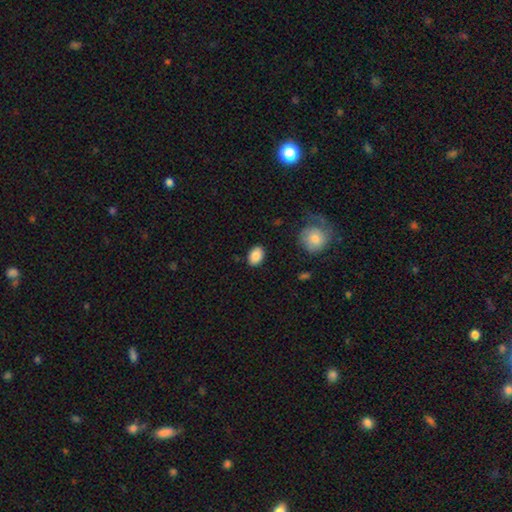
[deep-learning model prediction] Smooth or featured? Predicted: smooth (p=0.86). How rounded? Predicted: in between (p=0.76). Merging? Predicted: none (p=0.86).